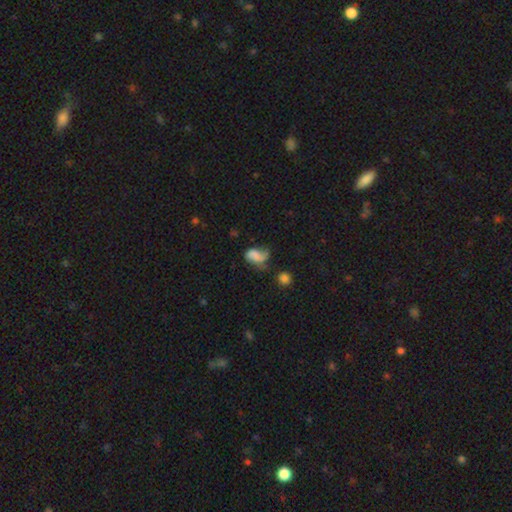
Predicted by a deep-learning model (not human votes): Morphology: type=smooth (48%); merging=none (33%, tied with major disturbance).